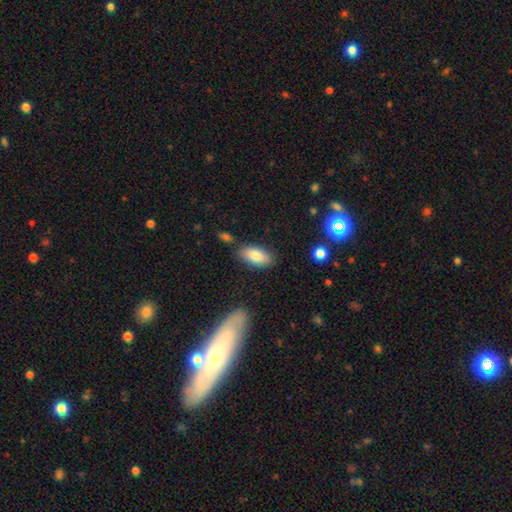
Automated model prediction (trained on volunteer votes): A smooth galaxy with no disk features (85%) that is in between round and cigar-shaped (91%).

Vote fractions:
- Smooth or featured? smooth: 85% / featured or disk: 9% / star or artifact: 6%
- How rounded? in between: 91% / cigar-shaped: 7% / round: 3%
- Merging? none: 80% / minor disturbance: 13% / merger: 4% / major disturbance: 3%